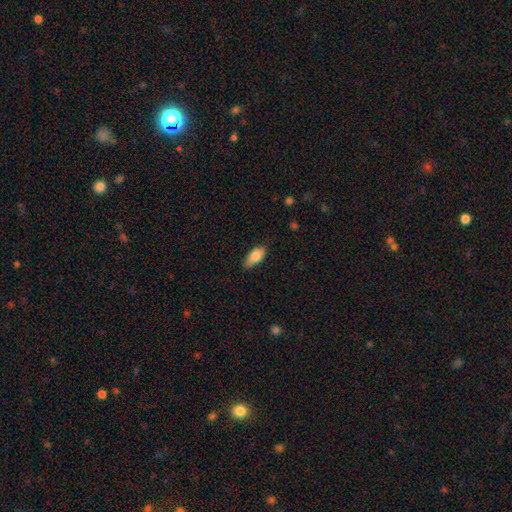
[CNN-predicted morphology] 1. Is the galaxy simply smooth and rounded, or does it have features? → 84% smooth, 9% featured or disk, 7% star or artifact.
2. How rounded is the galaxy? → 88% in between, 9% cigar-shaped, 3% round.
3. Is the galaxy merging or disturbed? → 72% none, 23% minor disturbance, 4% major disturbance, 1% merger.